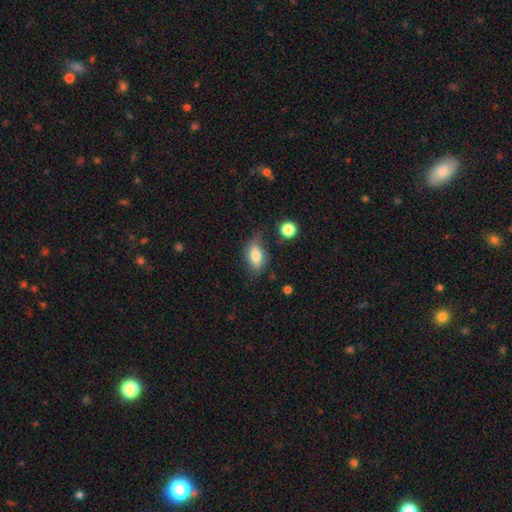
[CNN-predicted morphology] smooth-or-featured: smooth: 72% | featured or disk: 19% | star or artifact: 9%
  how-rounded: in between: 83% | cigar-shaped: 10% | round: 7%
  merging: none: 64% | minor disturbance: 24% | major disturbance: 8% | merger: 4%